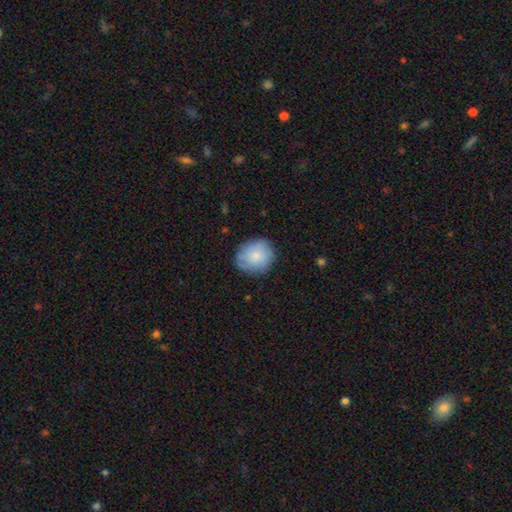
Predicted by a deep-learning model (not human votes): smooth 76%, featured or disk 17%, star or artifact 7%. Down the decision tree: how rounded — round (69%); merging — none (79%).